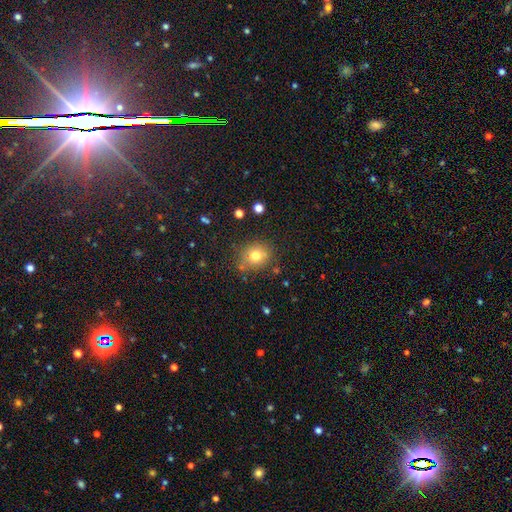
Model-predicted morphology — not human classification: Q: Smooth or featured?
A: smooth (75%); runner-up: star or artifact (14%)
Q: How rounded?
A: round (72%); runner-up: in between (27%)
Q: Merging?
A: none (74%); runner-up: minor disturbance (16%)